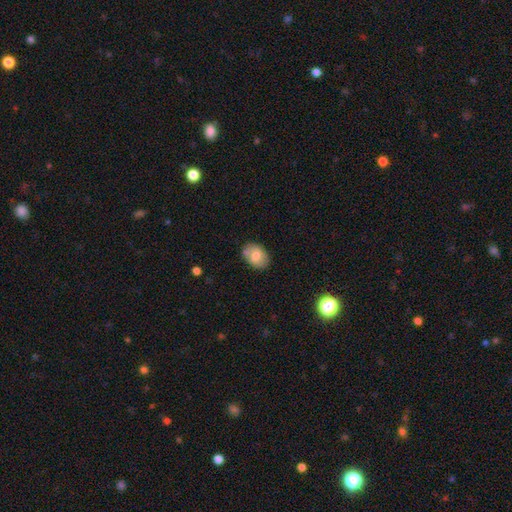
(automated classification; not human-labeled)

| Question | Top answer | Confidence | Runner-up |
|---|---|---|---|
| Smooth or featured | smooth | 75% | featured or disk (18%) |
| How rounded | in between | 78% | round (21%) |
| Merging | none | 71% | minor disturbance (18%) |